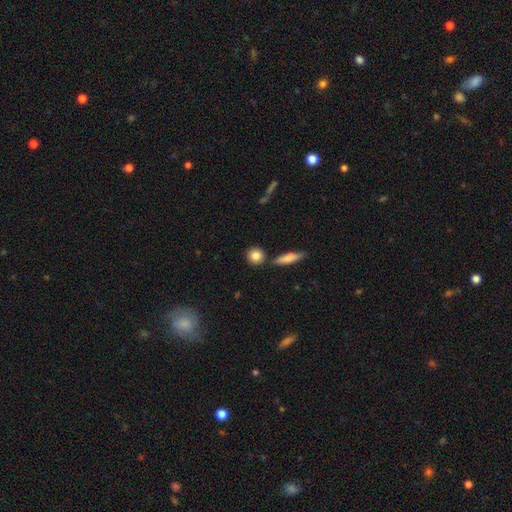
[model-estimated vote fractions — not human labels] This appears to be a smooth galaxy with no disk features (85%) that is round (81%). Merging: none (80%).